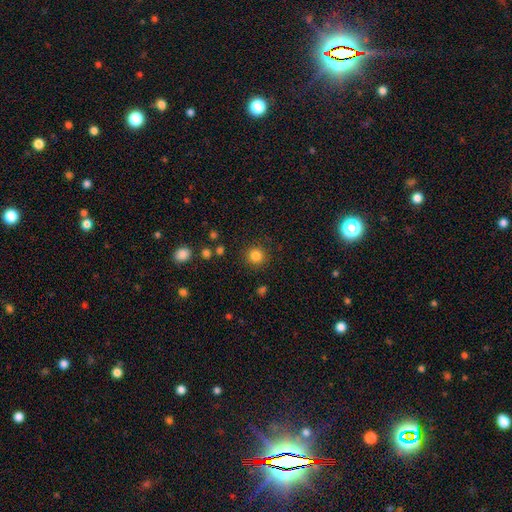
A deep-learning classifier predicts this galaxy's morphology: smooth 84%, star or artifact 12%, featured or disk 5%. Down the decision tree: how rounded — round (94%); merging — none (88%).